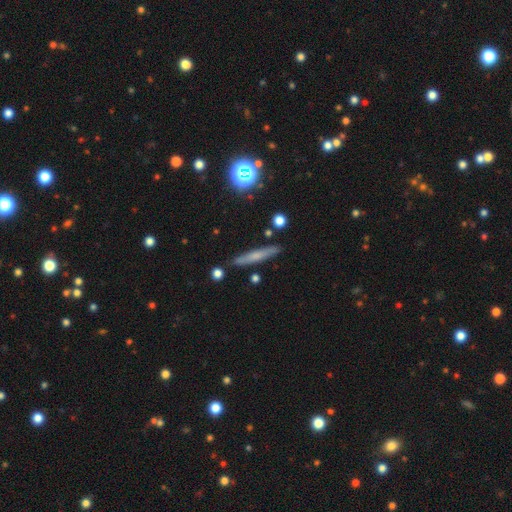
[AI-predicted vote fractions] Q: Smooth or featured?
A: smooth (53%); runner-up: featured or disk (37%)
Q: How rounded?
A: cigar-shaped (91%); runner-up: in between (6%)
Q: Merging?
A: none (87%); runner-up: minor disturbance (8%)